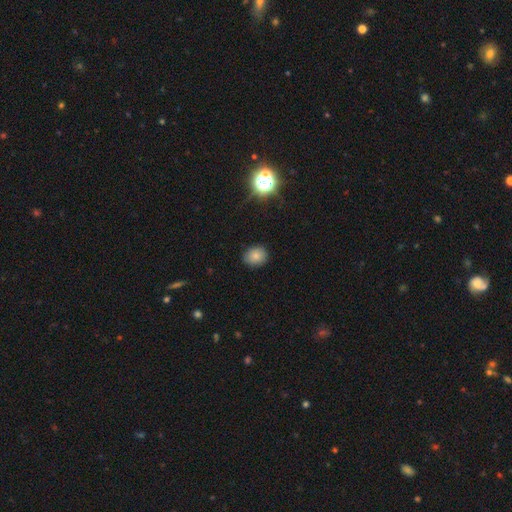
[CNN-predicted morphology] smooth-or-featured: smooth: 78% | star or artifact: 14% | featured or disk: 8%
  how-rounded: round: 64% | in between: 35% | cigar-shaped: 1%
  merging: none: 84% | minor disturbance: 12% | major disturbance: 3% | merger: 1%